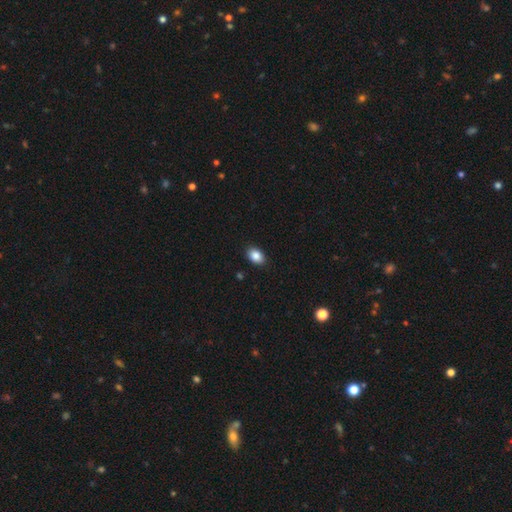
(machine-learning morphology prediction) Smooth or featured?
  - smooth: 87% *
  - star or artifact: 8%
  - featured or disk: 4%
How rounded?
  - in between: 80% *
  - round: 19%
  - cigar-shaped: 1%
Merging?
  - none: 89% *
  - minor disturbance: 8%
  - major disturbance: 2%
  - merger: 1%